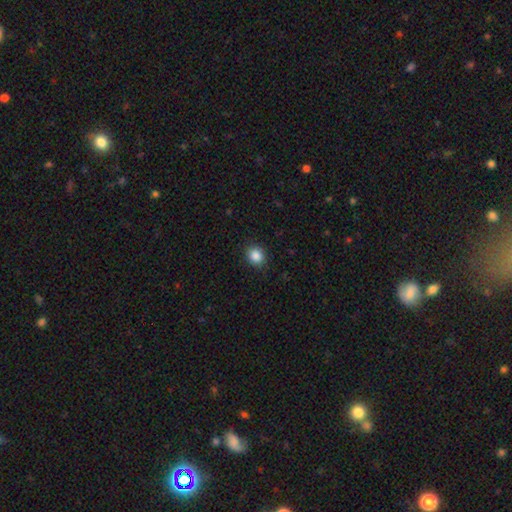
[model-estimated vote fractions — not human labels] A smooth galaxy with no disk features (87%) that is round (70%). Merging: none (90%).